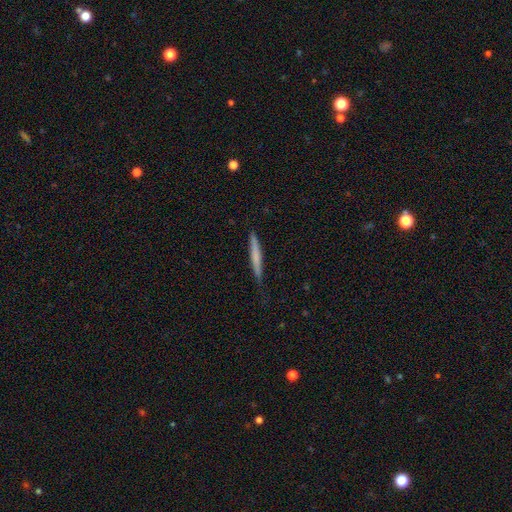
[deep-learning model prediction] Q: Smooth or featured?
A: smooth (61%); runner-up: featured or disk (34%)
Q: How rounded?
A: cigar-shaped (96%); runner-up: in between (3%)
Q: Merging?
A: none (81%); runner-up: minor disturbance (15%)